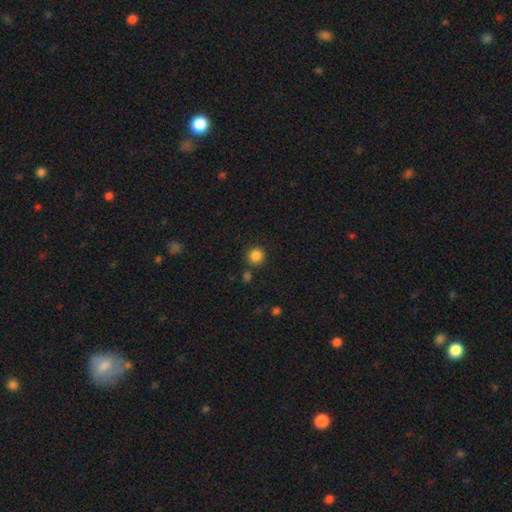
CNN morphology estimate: Q: Smooth or featured?
A: smooth (86%); runner-up: star or artifact (11%)
Q: How rounded?
A: round (94%); runner-up: in between (5%)
Q: Merging?
A: none (84%); runner-up: minor disturbance (7%)